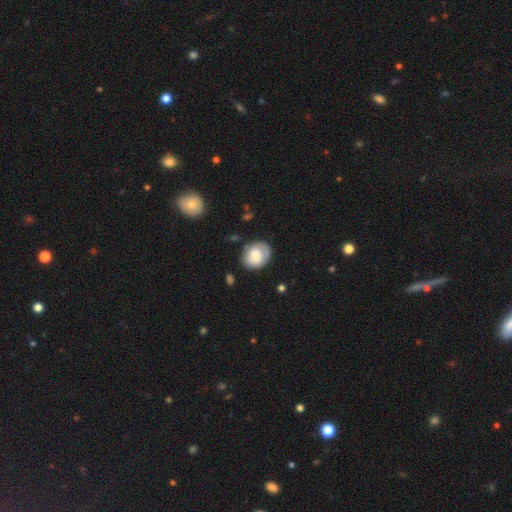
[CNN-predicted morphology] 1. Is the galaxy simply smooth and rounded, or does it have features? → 64% smooth, 29% featured or disk, 7% star or artifact.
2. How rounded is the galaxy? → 54% round, 45% in between, 1% cigar-shaped.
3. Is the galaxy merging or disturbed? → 67% none, 23% minor disturbance, 8% major disturbance, 3% merger.